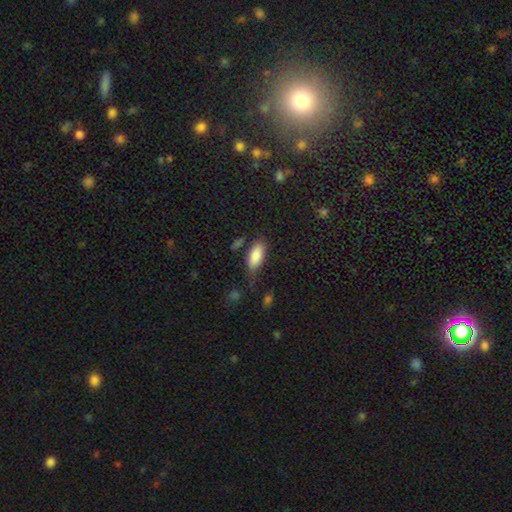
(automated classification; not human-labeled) smooth 86%, star or artifact 7%, featured or disk 7%. Down the decision tree: how rounded — in between (87%); merging — none (65%).